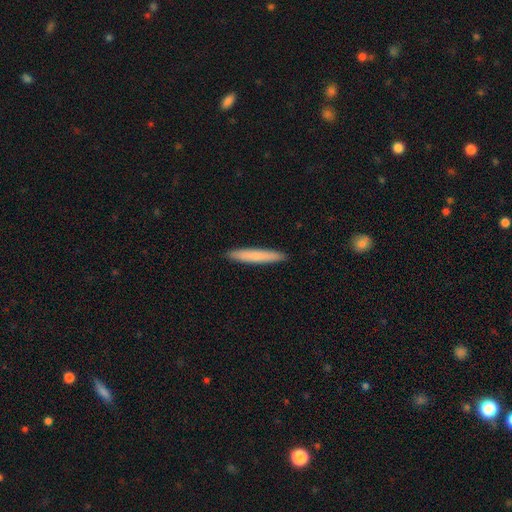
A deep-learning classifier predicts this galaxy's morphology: Smooth or featured?
  - smooth: 76% *
  - featured or disk: 18%
  - star or artifact: 5%
How rounded?
  - cigar-shaped: 95% *
  - in between: 4%
  - round: 1%
Merging?
  - none: 92% *
  - minor disturbance: 6%
  - major disturbance: 1%
  - merger: 1%